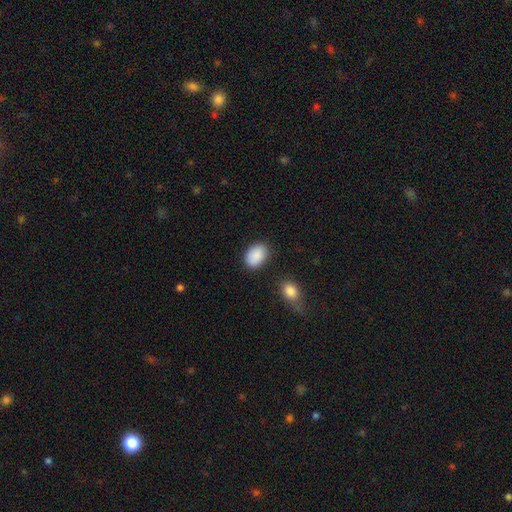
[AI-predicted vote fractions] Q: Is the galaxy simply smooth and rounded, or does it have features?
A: smooth — 89%.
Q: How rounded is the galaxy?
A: in between — 83%.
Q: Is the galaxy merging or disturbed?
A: none — 79%.